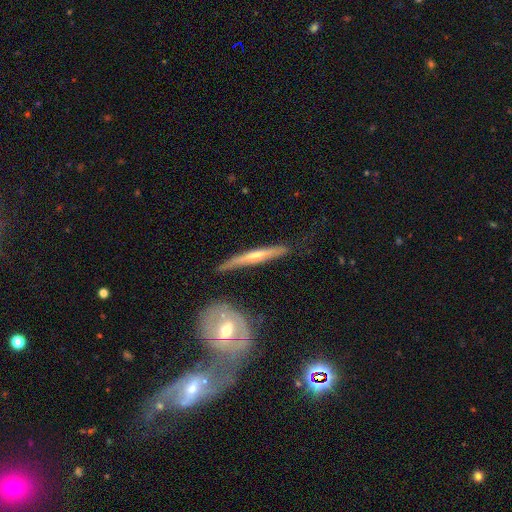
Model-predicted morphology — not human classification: smooth-or-featured: featured or disk: 63% | smooth: 31% | star or artifact: 6%
  disk-edge-on: yes: 91% | no: 9%
    edge-on-bulge: rounded: 57% | none: 35% | boxy: 7%
  merging: none: 75% | minor disturbance: 17% | merger: 4% | major disturbance: 4%